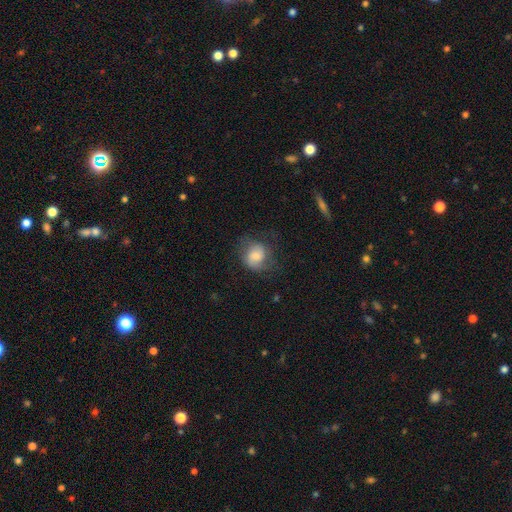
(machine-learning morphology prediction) This appears to be a smooth galaxy with no disk features (67%) that is round (69%). Merging: none (57%).